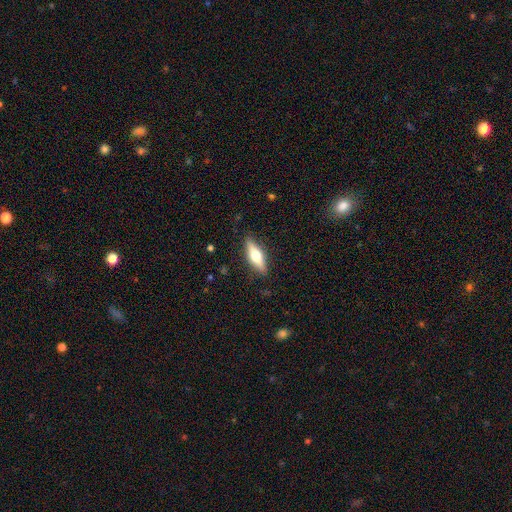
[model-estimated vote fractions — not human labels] Smooth or featured: smooth — 49% (featured or disk — 45%)
Merging: none — 87% (minor disturbance — 10%)